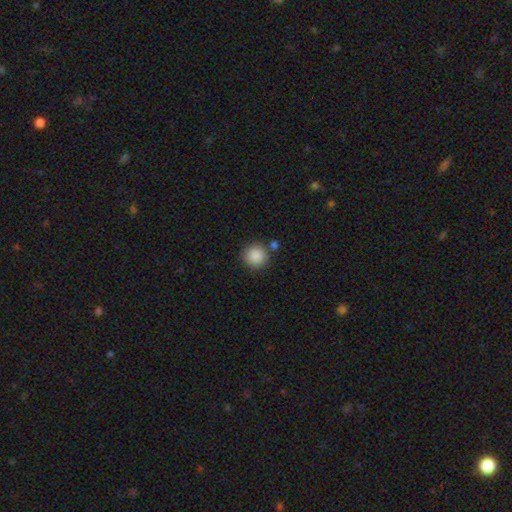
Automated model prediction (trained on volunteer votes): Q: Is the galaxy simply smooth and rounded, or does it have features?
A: smooth — 89%.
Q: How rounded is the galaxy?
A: round — 94%.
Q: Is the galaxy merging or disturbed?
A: none — 81%.